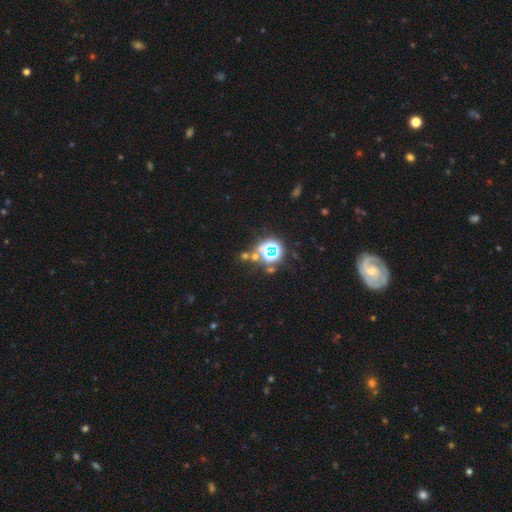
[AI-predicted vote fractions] A star or artifact, not a galaxy (65%).